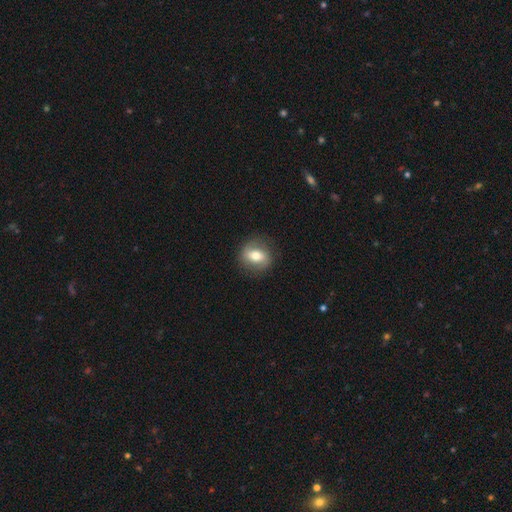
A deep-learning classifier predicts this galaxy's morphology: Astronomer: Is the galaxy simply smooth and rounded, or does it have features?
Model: smooth — 58% (runner-up: featured or disk, 34%).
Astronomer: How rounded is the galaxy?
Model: round — 59% (runner-up: in between, 39%).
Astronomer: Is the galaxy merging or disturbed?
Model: none — 83%.